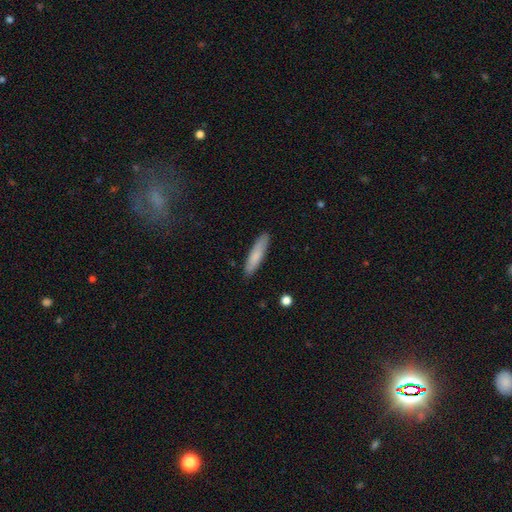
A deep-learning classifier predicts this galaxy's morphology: Smooth or featured? Predicted: smooth (p=0.80). How rounded? Predicted: cigar-shaped (p=0.82). Merging? Predicted: none (p=0.89).